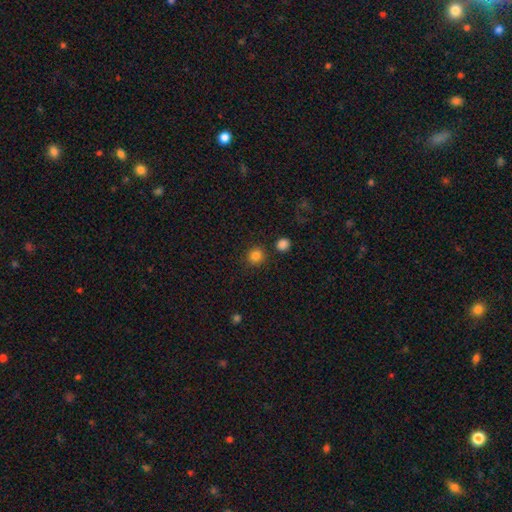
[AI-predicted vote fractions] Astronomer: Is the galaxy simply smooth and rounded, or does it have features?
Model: smooth — 84%.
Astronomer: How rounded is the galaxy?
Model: round — 91%.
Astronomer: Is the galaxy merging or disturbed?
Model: none — 85%.